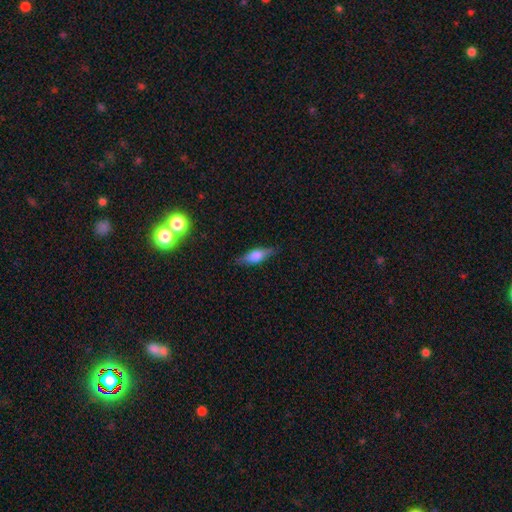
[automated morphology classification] This appears to be a smooth galaxy with no disk features (59%) that is in between round and cigar-shaped (50%). Merging: none (83%).